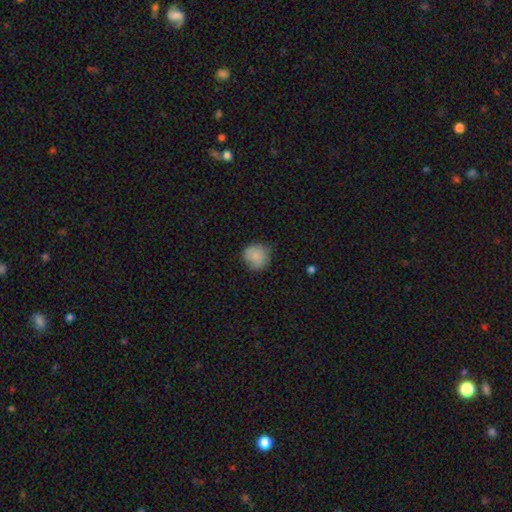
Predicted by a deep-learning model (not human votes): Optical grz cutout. It shows a smooth galaxy with no disk features (83%) that is round (87%). Merging: none (71%).